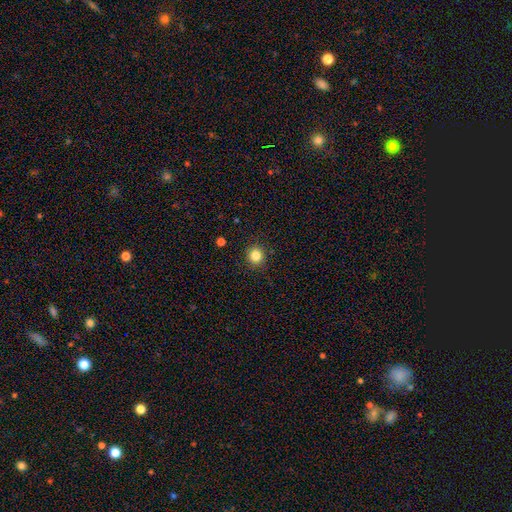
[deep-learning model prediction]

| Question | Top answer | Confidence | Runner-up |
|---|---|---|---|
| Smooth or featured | smooth | 84% | star or artifact (12%) |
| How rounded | round | 90% | in between (9%) |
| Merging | none | 91% | minor disturbance (6%) |